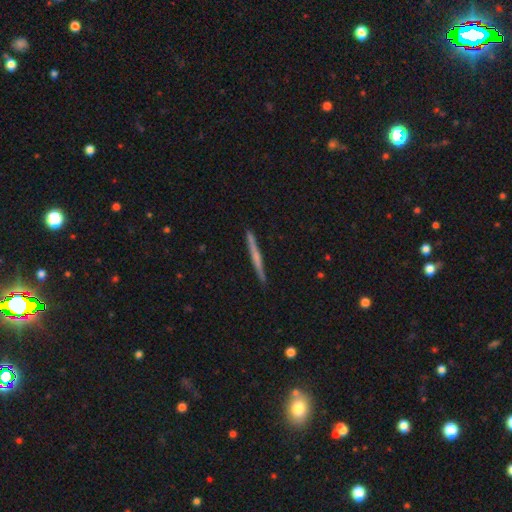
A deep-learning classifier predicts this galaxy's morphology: Q: Smooth or featured?
A: featured or disk (57%); runner-up: smooth (37%)
Q: Edge-on disk?
A: yes (98%); runner-up: no (2%)
Q: Edge-on bulge?
A: none (58%); runner-up: rounded (34%)
Q: Merging?
A: none (92%); runner-up: minor disturbance (6%)